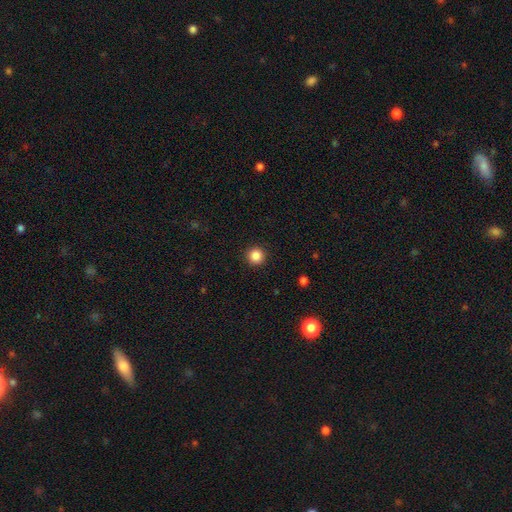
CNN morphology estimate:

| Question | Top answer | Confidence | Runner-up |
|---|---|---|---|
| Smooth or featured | smooth | 86% | star or artifact (11%) |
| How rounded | round | 96% | in between (3%) |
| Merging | none | 93% | minor disturbance (5%) |